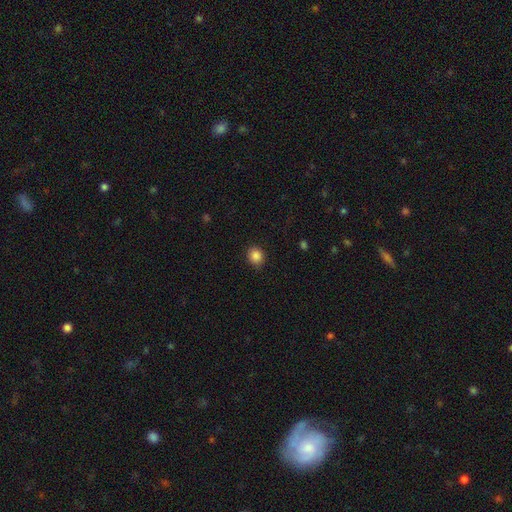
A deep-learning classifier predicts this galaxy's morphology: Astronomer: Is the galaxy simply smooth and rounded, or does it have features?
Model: smooth — 87%.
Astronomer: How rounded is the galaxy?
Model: round — 77%.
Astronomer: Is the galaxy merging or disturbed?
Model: none — 85%.